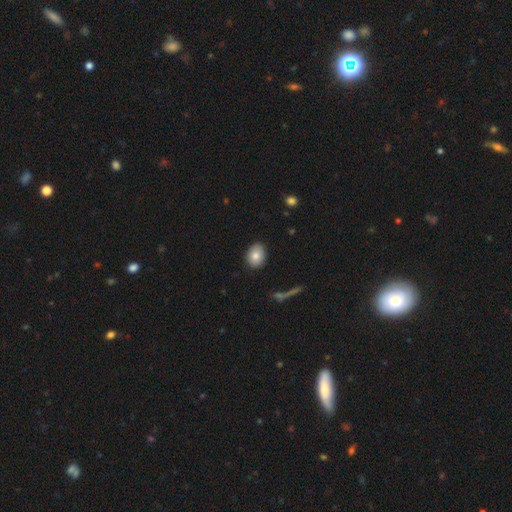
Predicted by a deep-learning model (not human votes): This appears to be a smooth galaxy with no disk features (81%) that is in between round and cigar-shaped (65%). Merging: none (86%).